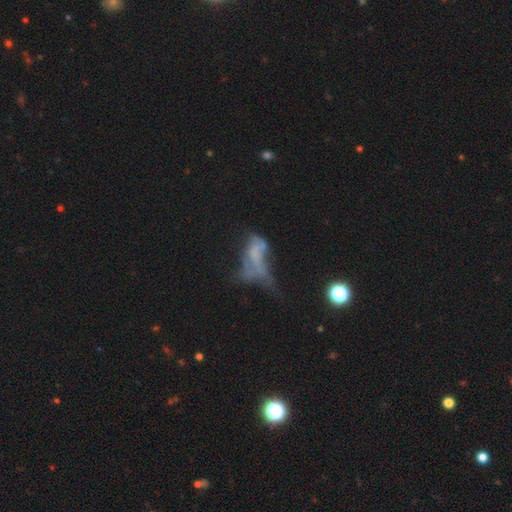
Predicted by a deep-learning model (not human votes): smooth-or-featured: featured or disk: 45% | smooth: 33% | star or artifact: 21%
  merging: major disturbance: 46% | merger: 19% | none: 18% | minor disturbance: 16%